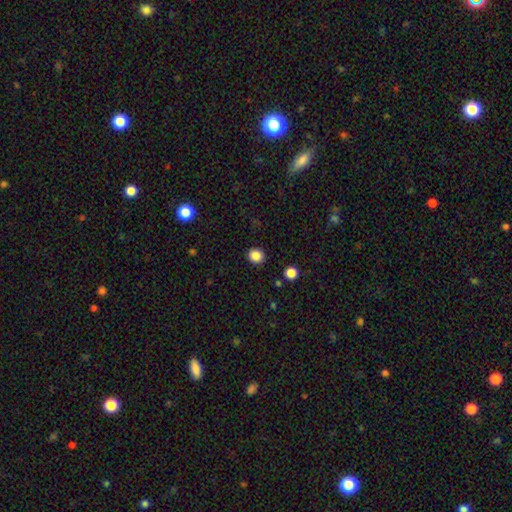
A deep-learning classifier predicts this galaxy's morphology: smooth 86%, star or artifact 11%, featured or disk 3%. Down the decision tree: how rounded — round (82%); merging — none (91%).